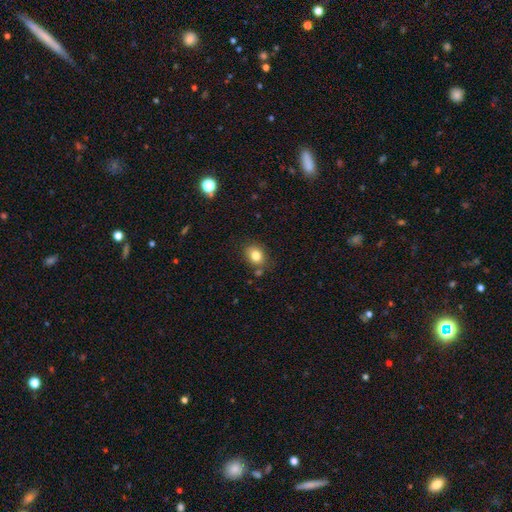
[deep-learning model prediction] This is clearly a smooth galaxy (81%). How rounded: possibly in between (54%). Merging: likely none (78%).